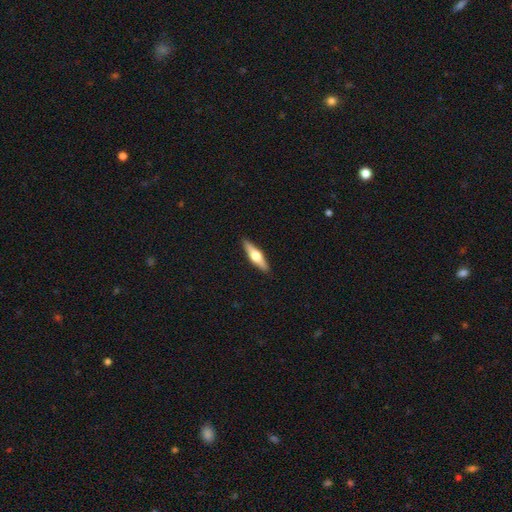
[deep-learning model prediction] Smooth or featured: featured or disk — 57% (smooth — 37%)
Edge-on disk: yes — 95% (no — 5%)
Edge-on bulge: rounded — 95% (boxy — 3%)
Merging: none — 91% (minor disturbance — 7%)